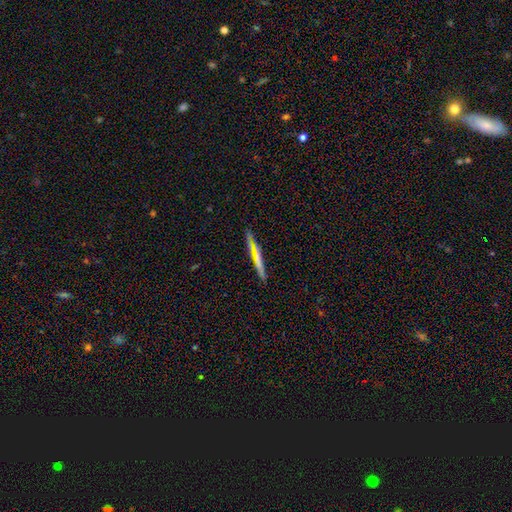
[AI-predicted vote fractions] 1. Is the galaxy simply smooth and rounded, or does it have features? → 48% smooth, 44% featured or disk, 8% star or artifact.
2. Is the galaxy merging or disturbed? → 76% none, 17% minor disturbance, 5% major disturbance, 3% merger.